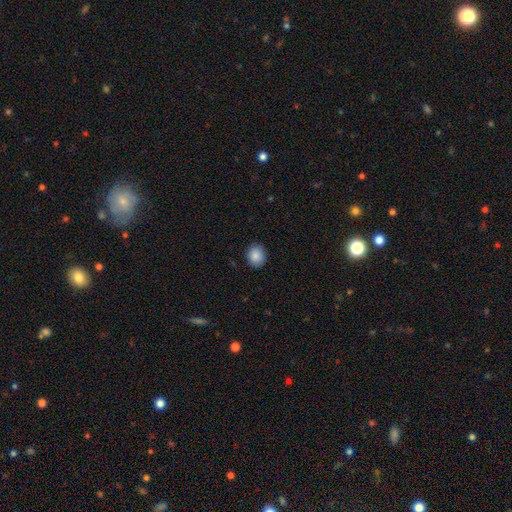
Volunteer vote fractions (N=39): Smooth or featured?
  - smooth: 95% *
  - star or artifact: 5%
  - featured or disk: 0%
How rounded?
  - round: 68% *
  - in between: 32%
  - cigar-shaped: 0%
Merging?
  - none: 92% *
  - minor disturbance: 5%
  - major disturbance: 3%
  - merger: 0%